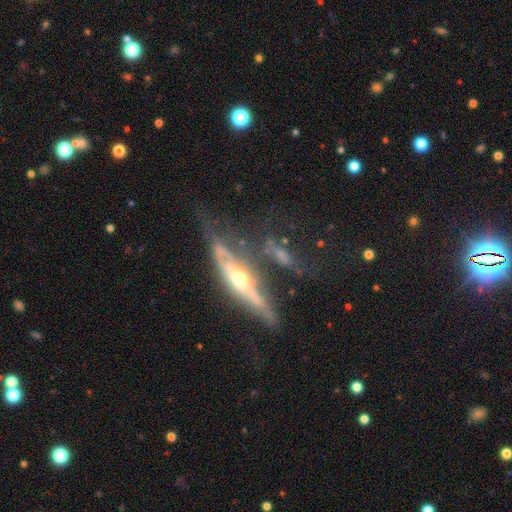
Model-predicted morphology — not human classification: A featured or disk galaxy (75%) viewed edge-on (89%) with a rounded central bulge (87%).

Vote fractions:
- Smooth or featured? featured or disk: 75% / smooth: 15% / star or artifact: 10%
- Edge-on disk? yes: 89% / no: 11%
- Edge-on bulge? rounded: 87% / none: 9% / boxy: 5%
- Merging? none: 57% / minor disturbance: 19% / merger: 14% / major disturbance: 10%